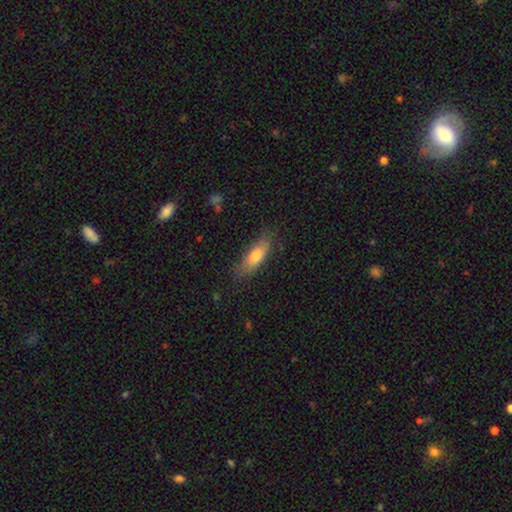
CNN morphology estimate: Smooth or featured: smooth — 74% (featured or disk — 19%)
How rounded: in between — 61% (cigar-shaped — 37%)
Merging: none — 77% (minor disturbance — 17%)